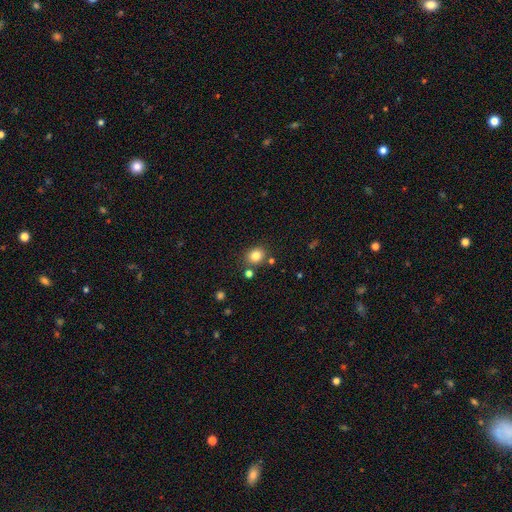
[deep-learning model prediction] This is clearly a smooth galaxy (81%). How rounded: likely round (70%). Merging: clearly none (81%).